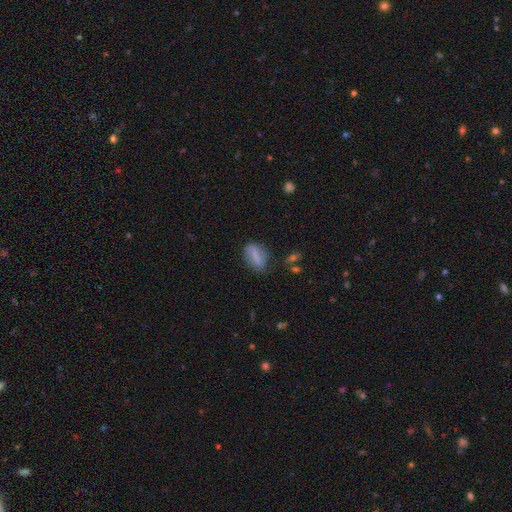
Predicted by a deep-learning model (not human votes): The model was most divided on "smooth or featured": smooth: 63%, featured or disk: 28%, star or artifact: 9%. More confident: how rounded — in between (75%); merging — none (71%).